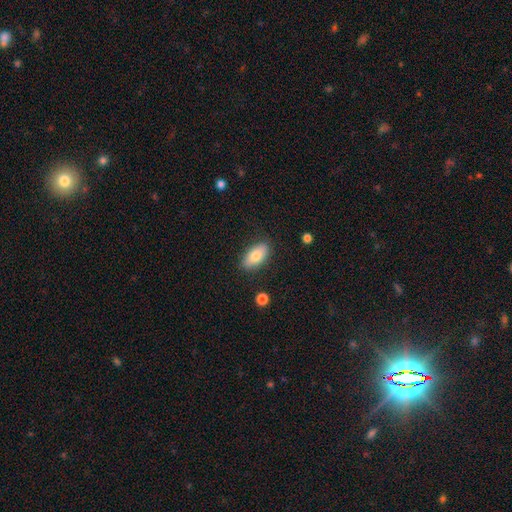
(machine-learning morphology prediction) The model was most divided on "smooth or featured": smooth: 77%, featured or disk: 17%, star or artifact: 7%. More confident: how rounded — in between (91%); merging — none (84%).